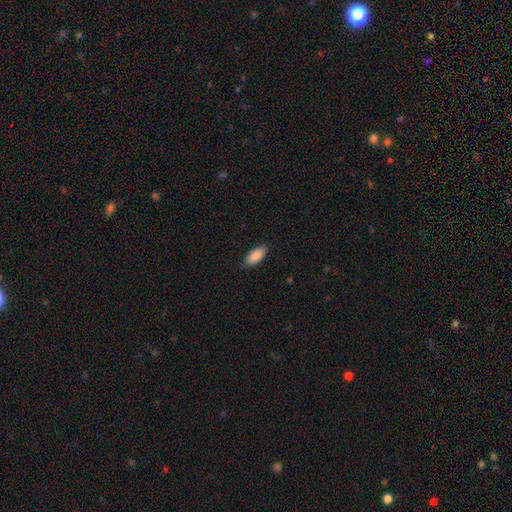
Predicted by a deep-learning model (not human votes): Smooth or featured? Predicted: smooth (p=0.88). How rounded? Predicted: in between (p=0.84). Merging? Predicted: none (p=0.86).